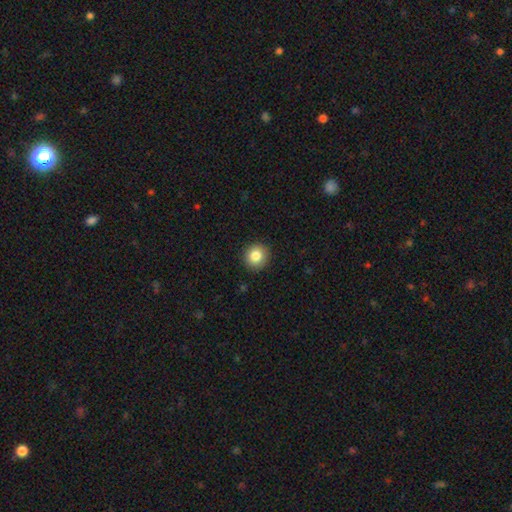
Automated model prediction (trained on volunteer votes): Morphology: type=smooth (84%); roundness=round (90%); merging=none (91%).